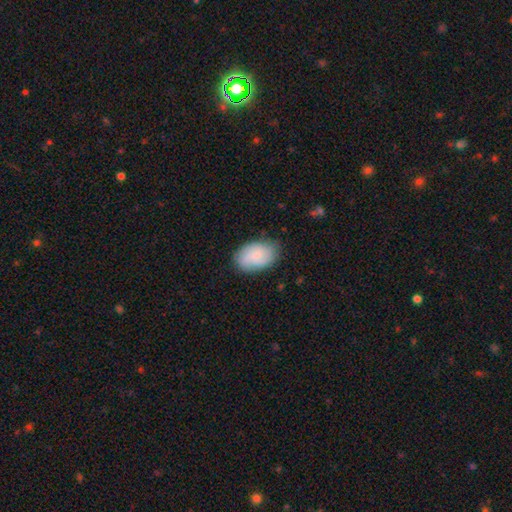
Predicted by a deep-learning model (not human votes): smooth-or-featured: smooth: 64% | featured or disk: 29% | star or artifact: 7%
  how-rounded: in between: 89% | round: 10% | cigar-shaped: 1%
  merging: none: 76% | minor disturbance: 18% | major disturbance: 4% | merger: 1%